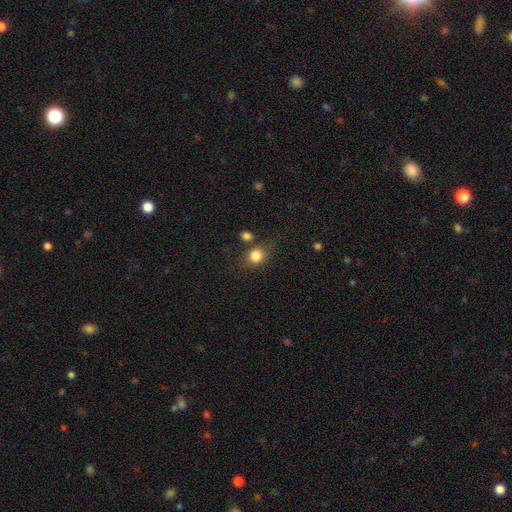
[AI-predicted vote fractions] smooth_or_featured: smooth (p=0.83) [alt: star or artifact p=0.11]
how_rounded: round (p=0.73) [alt: in between p=0.26]
merging: none (p=0.71) [alt: minor disturbance p=0.13]